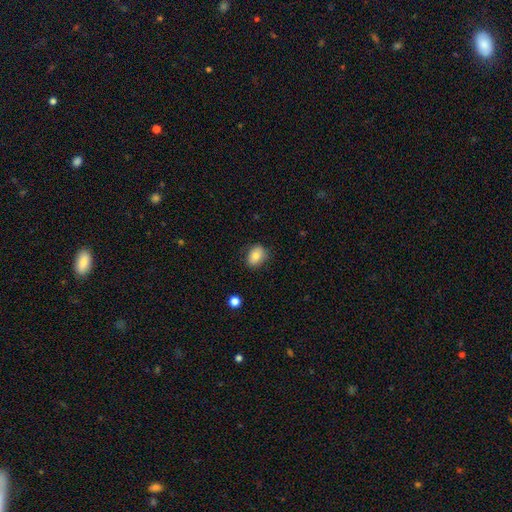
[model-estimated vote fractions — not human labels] This is clearly a smooth galaxy (81%). How rounded: likely in between (69%). Merging: clearly none (81%).